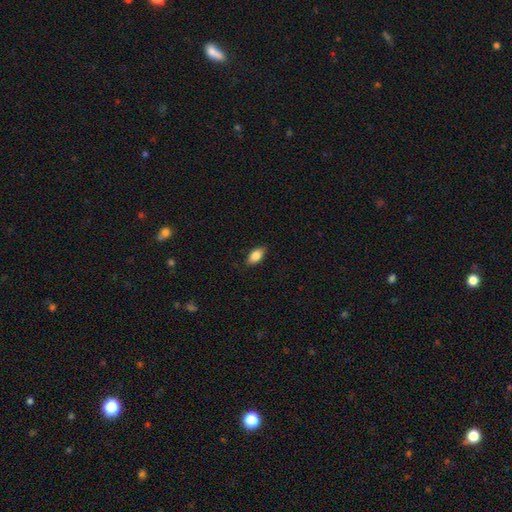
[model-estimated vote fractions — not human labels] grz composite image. It shows a smooth galaxy with no disk features (84%) that is in between round and cigar-shaped (90%). Merging: none (86%).